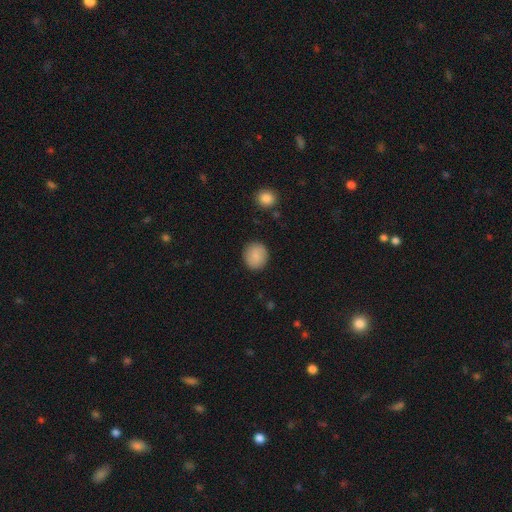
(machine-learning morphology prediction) smooth-or-featured: smooth: 82% | featured or disk: 11% | star or artifact: 7%
  how-rounded: round: 86% | in between: 13% | cigar-shaped: 1%
  merging: none: 89% | minor disturbance: 7% | major disturbance: 2% | merger: 1%